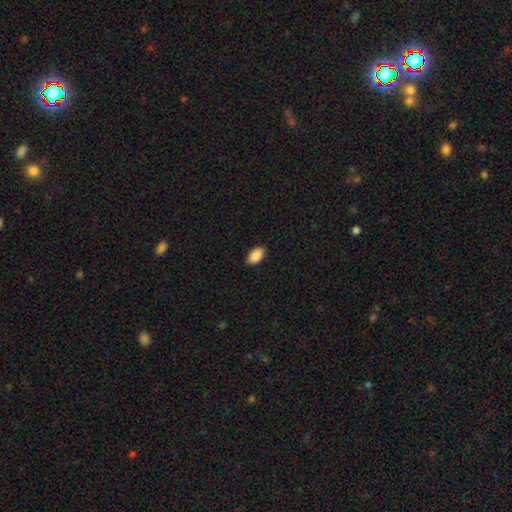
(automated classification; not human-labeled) Smooth or featured? Predicted: smooth (p=0.90). How rounded? Predicted: in between (p=0.94). Merging? Predicted: none (p=0.89).